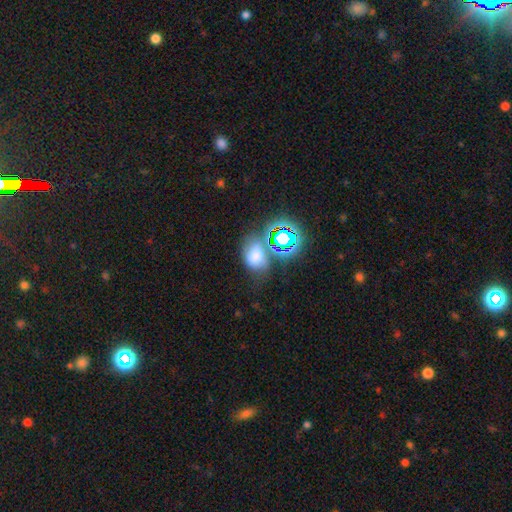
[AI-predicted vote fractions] smooth_or_featured: smooth (p=0.57) [alt: star or artifact p=0.29]
how_rounded: in between (p=0.68) [alt: round p=0.31]
merging: none (p=0.47) [alt: minor disturbance p=0.20]